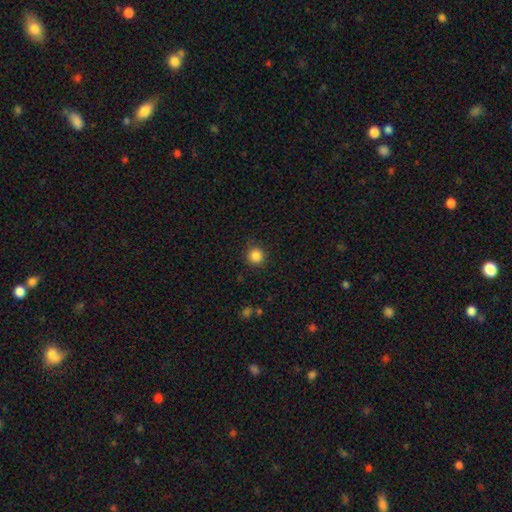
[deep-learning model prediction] A smooth galaxy with no disk features (86%) that is round (94%).

Vote fractions:
- Smooth or featured? smooth: 86% / star or artifact: 11% / featured or disk: 3%
- How rounded? round: 94% / in between: 5% / cigar-shaped: 1%
- Merging? none: 88% / minor disturbance: 8% / major disturbance: 3% / merger: 1%